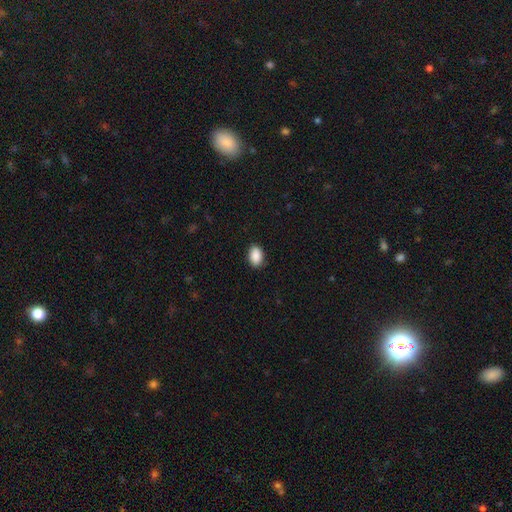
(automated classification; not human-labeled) Smooth or featured?
  - smooth: 90% *
  - star or artifact: 7%
  - featured or disk: 3%
How rounded?
  - in between: 87% *
  - round: 12%
  - cigar-shaped: 1%
Merging?
  - none: 87% *
  - minor disturbance: 10%
  - major disturbance: 2%
  - merger: 1%